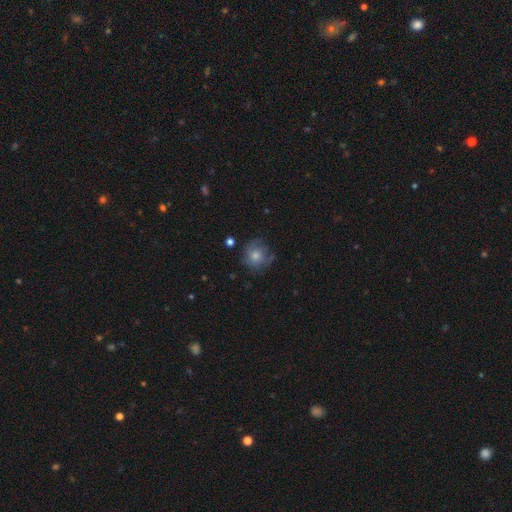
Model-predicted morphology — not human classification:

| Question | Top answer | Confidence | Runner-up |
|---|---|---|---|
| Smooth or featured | smooth | 57% | featured or disk (33%) |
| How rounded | round | 86% | in between (13%) |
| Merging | none | 63% | minor disturbance (23%) |